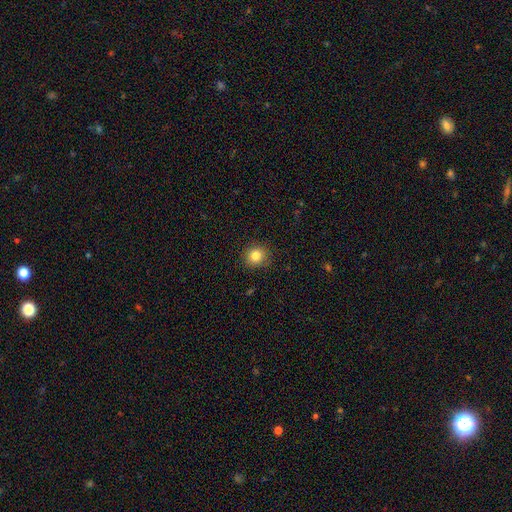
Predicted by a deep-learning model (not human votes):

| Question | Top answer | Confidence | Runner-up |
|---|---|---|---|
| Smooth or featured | smooth | 83% | star or artifact (11%) |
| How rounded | round | 88% | in between (12%) |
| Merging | none | 90% | minor disturbance (7%) |